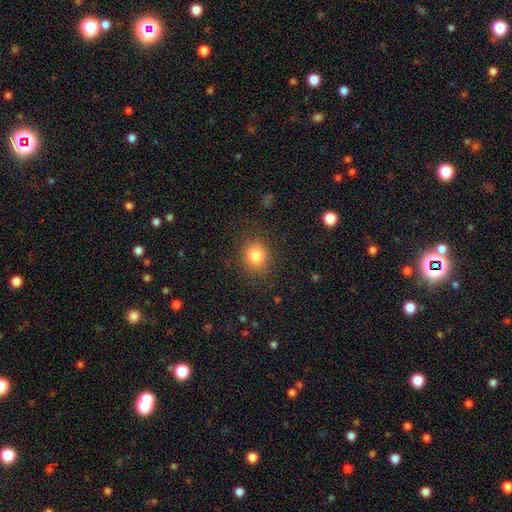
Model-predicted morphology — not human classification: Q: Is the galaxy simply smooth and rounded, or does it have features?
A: smooth — 83%.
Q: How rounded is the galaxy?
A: round — 76%.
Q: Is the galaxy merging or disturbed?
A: none — 85%.